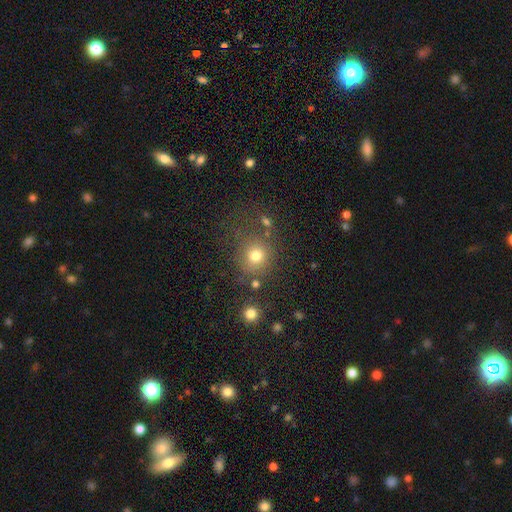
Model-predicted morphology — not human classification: type=smooth (75%); roundness=round (88%); merging=none (72%).